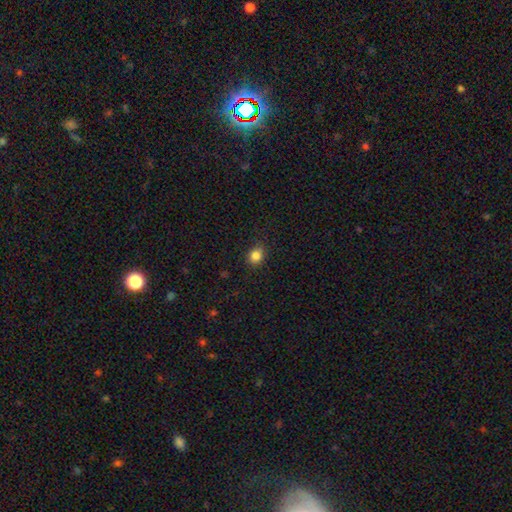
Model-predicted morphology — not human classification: A smooth galaxy with no disk features (84%) that is round (66%).

Vote fractions:
- Smooth or featured? smooth: 84% / star or artifact: 11% / featured or disk: 5%
- How rounded? round: 66% / in between: 33% / cigar-shaped: 1%
- Merging? none: 86% / minor disturbance: 11% / major disturbance: 3% / merger: 1%